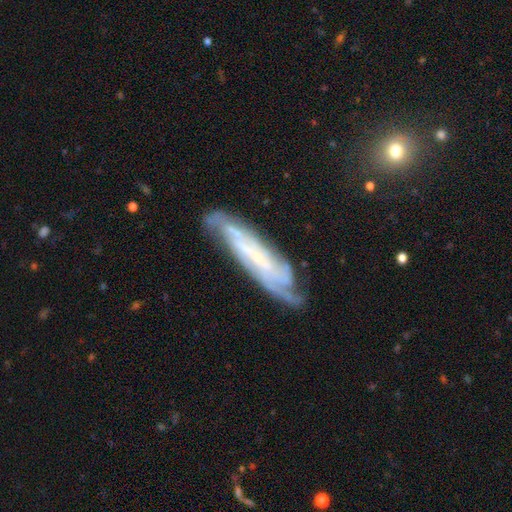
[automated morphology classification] smooth-or-featured: featured or disk: 81% | smooth: 12% | star or artifact: 7%
  disk-edge-on: no: 73% | yes: 27%
    bar: no: 49% | weak: 31% | strong: 20%
    has-spiral-arms: yes: 95% | no: 5%
      spiral-winding: tight: 63% | medium: 30% | loose: 7%
      spiral-arm-count: can't tell: 36% | 2: 24% | 3: 18% | 4: 12% | more than 4: 6% | 1: 5%
    bulge-size: small: 74% | moderate: 13% | none: 10% | large: 2% | dominant: 1%
  merging: none: 73% | minor disturbance: 19% | major disturbance: 7% | merger: 2%